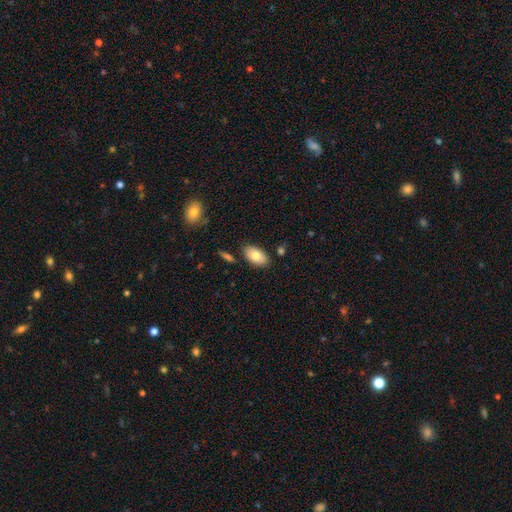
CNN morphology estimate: Q: Smooth or featured?
A: smooth (76%); runner-up: featured or disk (17%)
Q: How rounded?
A: in between (94%); runner-up: round (4%)
Q: Merging?
A: none (82%); runner-up: minor disturbance (12%)